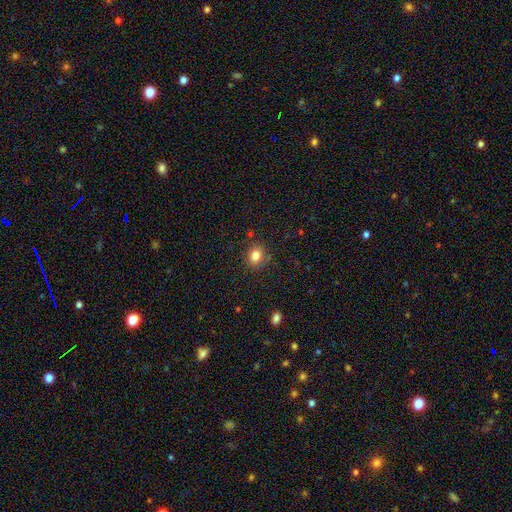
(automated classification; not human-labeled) smooth 82%, star or artifact 12%, featured or disk 7%. Down the decision tree: how rounded — round (68%); merging — none (83%).